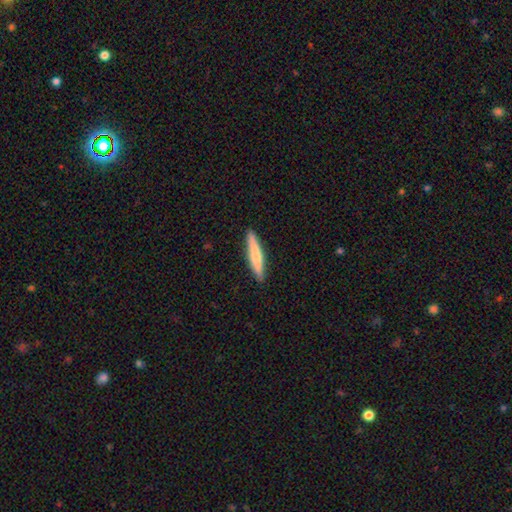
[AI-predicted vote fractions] A smooth galaxy with no disk features (64%) that is cigar-shaped (91%).

Vote fractions:
- Smooth or featured? smooth: 64% / featured or disk: 31% / star or artifact: 5%
- How rounded? cigar-shaped: 91% / in between: 7% / round: 1%
- Merging? none: 91% / minor disturbance: 7% / major disturbance: 1% / merger: 1%